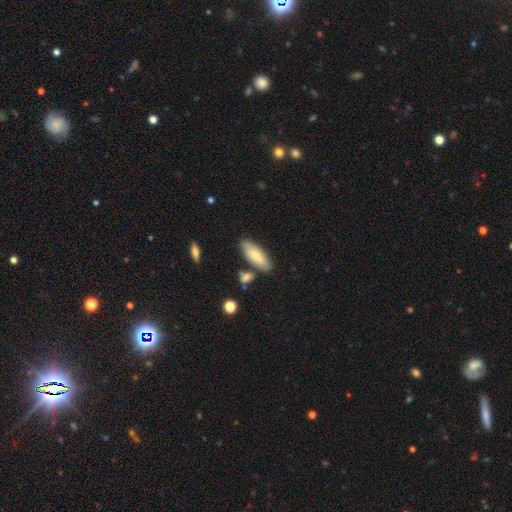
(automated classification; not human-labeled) This appears to be a smooth galaxy with no disk features (78%) that is in between round and cigar-shaped (74%). Merging: none (72%).